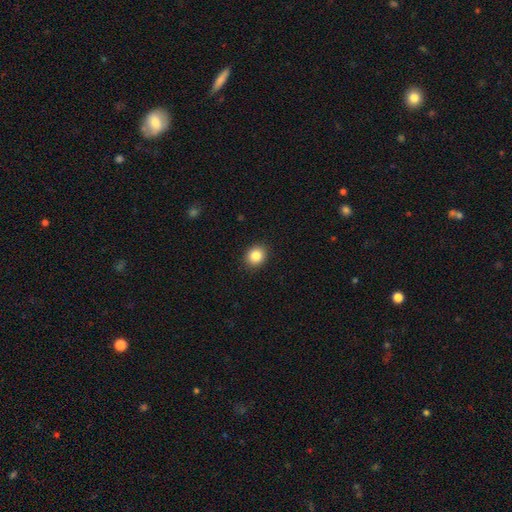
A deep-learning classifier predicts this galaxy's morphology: smooth_or_featured: smooth (p=0.85) [alt: star or artifact p=0.09]
how_rounded: round (p=0.71) [alt: in between p=0.28]
merging: none (p=0.91) [alt: minor disturbance p=0.06]